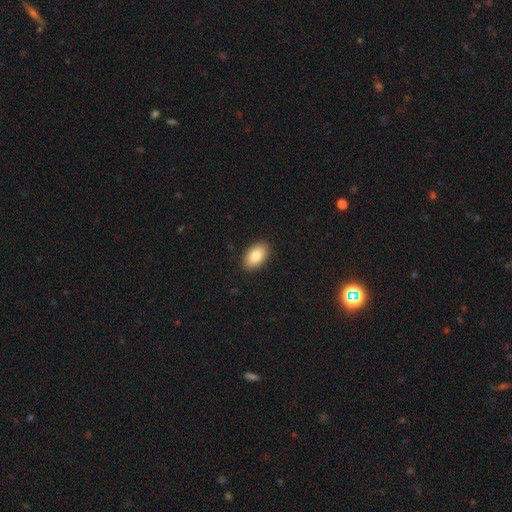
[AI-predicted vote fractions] smooth-or-featured: smooth: 83% | featured or disk: 10% | star or artifact: 7%
  how-rounded: in between: 93% | round: 5% | cigar-shaped: 1%
  merging: none: 90% | minor disturbance: 7% | major disturbance: 2% | merger: 1%